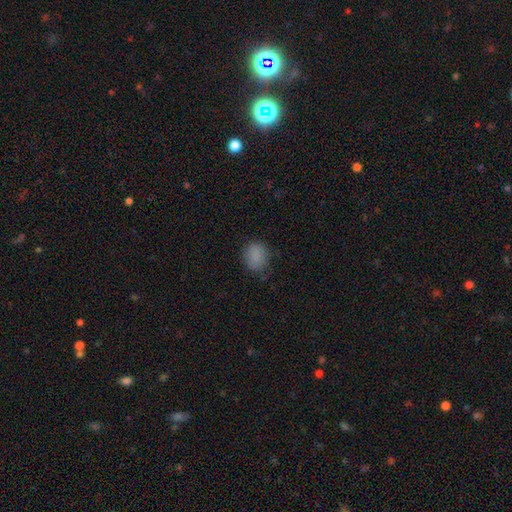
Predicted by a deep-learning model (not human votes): smooth-or-featured: smooth: 85% | star or artifact: 11% | featured or disk: 4%
  how-rounded: round: 60% | in between: 39% | cigar-shaped: 1%
  merging: none: 75% | minor disturbance: 19% | major disturbance: 5% | merger: 1%